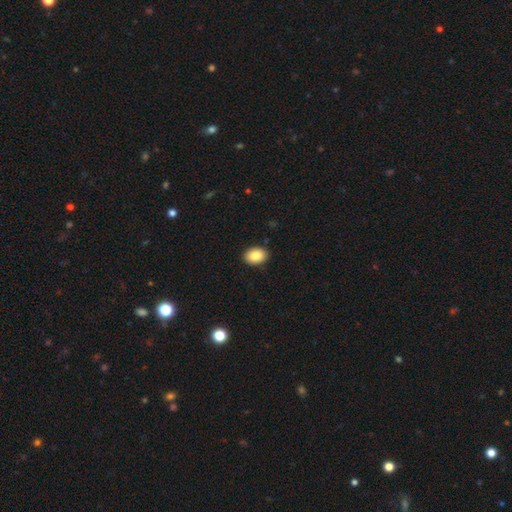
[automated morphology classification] A smooth galaxy with no disk features (87%) that is in between round and cigar-shaped (80%). Merging: none (90%).